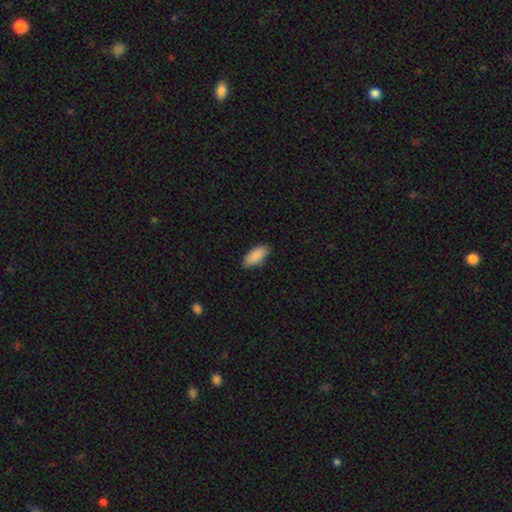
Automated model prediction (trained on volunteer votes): Smooth or featured: smooth — 90% (star or artifact — 6%)
How rounded: in between — 87% (cigar-shaped — 11%)
Merging: none — 87% (minor disturbance — 10%)